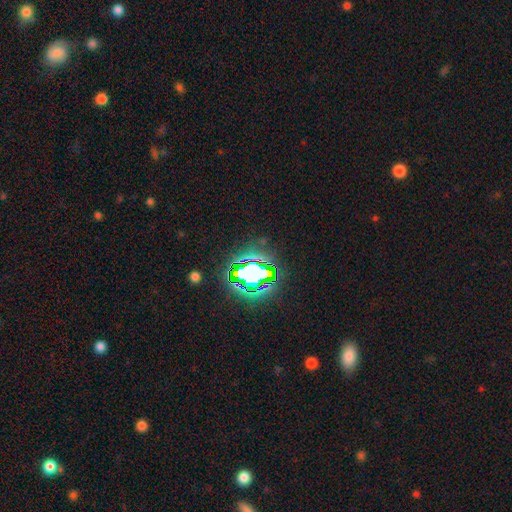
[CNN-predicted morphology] Smooth or featured?
  - star or artifact: 83% *
  - smooth: 11%
  - featured or disk: 6%